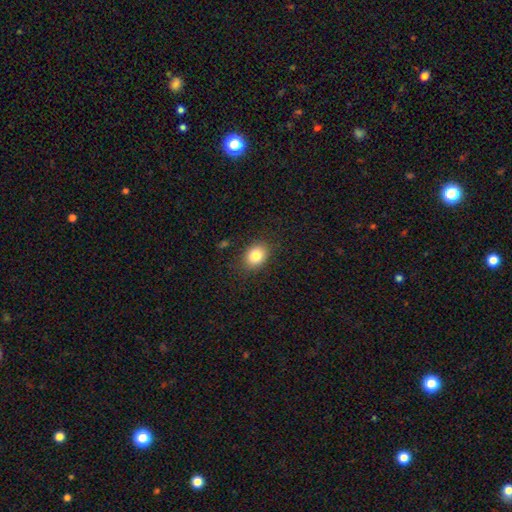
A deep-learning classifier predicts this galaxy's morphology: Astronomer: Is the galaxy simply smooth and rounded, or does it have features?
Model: smooth — 83%.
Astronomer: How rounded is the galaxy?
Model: in between — 61% (runner-up: round, 38%).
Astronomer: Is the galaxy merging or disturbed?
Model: none — 85%.